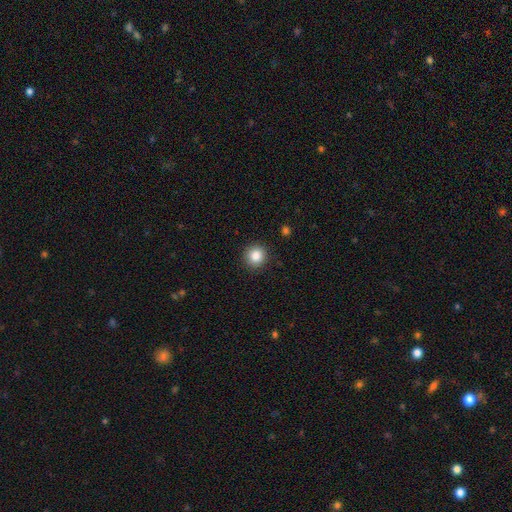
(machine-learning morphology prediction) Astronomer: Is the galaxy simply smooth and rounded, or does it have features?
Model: smooth — 85%.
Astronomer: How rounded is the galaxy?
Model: round — 93%.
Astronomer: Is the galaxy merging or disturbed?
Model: none — 91%.